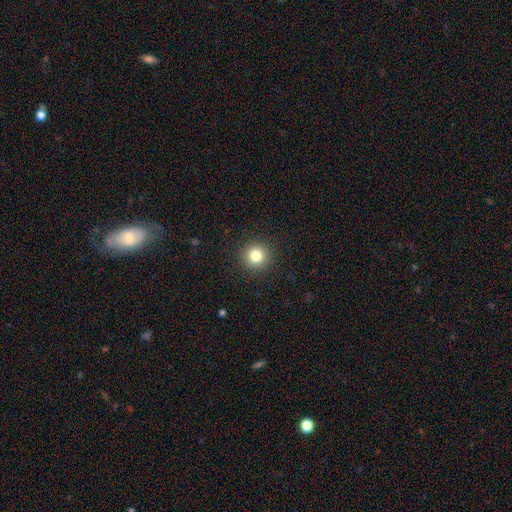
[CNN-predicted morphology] Smooth or featured? Predicted: smooth (p=0.82). How rounded? Predicted: round (p=0.94). Merging? Predicted: none (p=0.92).